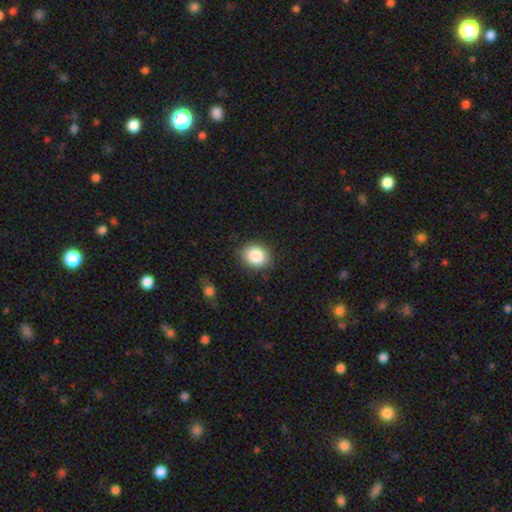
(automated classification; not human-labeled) A smooth galaxy with no disk features (87%) that is round (63%).

Vote fractions:
- Smooth or featured? smooth: 87% / star or artifact: 9% / featured or disk: 5%
- How rounded? round: 63% / in between: 36% / cigar-shaped: 1%
- Merging? none: 87% / minor disturbance: 9% / major disturbance: 3% / merger: 1%